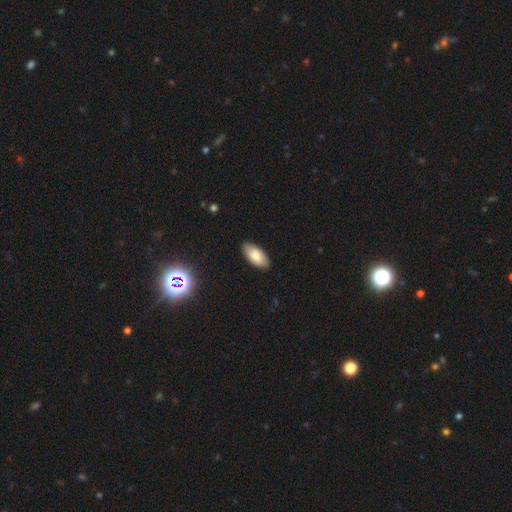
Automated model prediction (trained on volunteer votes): A smooth galaxy with no disk features (84%) that is in between round and cigar-shaped (93%). Merging: none (87%).